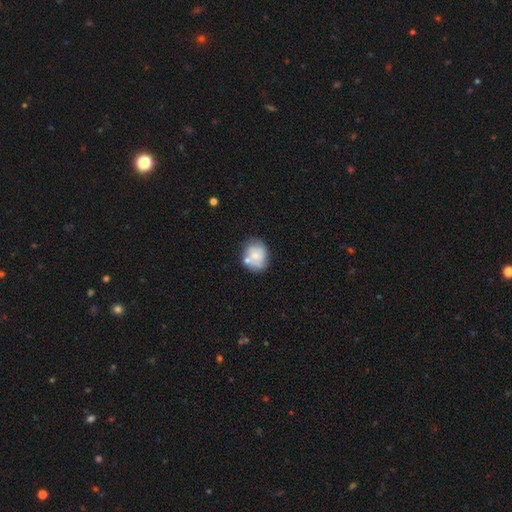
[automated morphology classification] Smooth or featured? smooth (54%)
How rounded? round (55%)
Merging? none (53%)